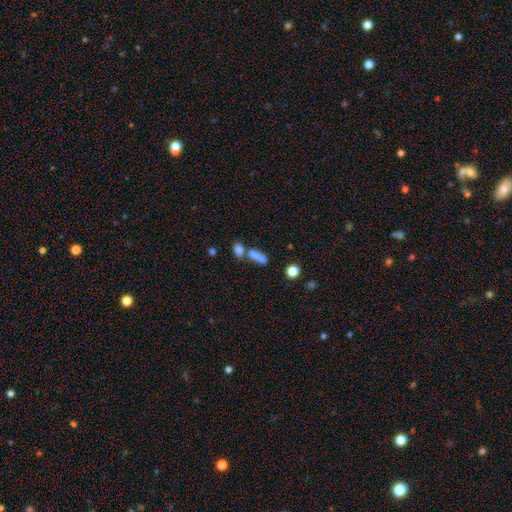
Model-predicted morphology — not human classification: type=smooth (72%); roundness=in between (57%); merging=merger (55%).